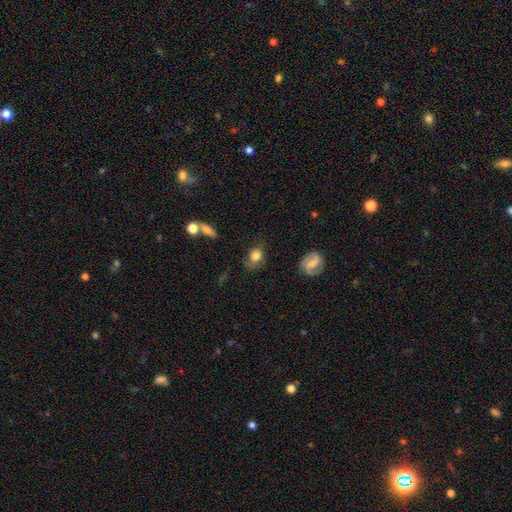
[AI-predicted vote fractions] smooth 73%, featured or disk 18%, star or artifact 9%. Down the decision tree: how rounded — round (51%); merging — none (53%).